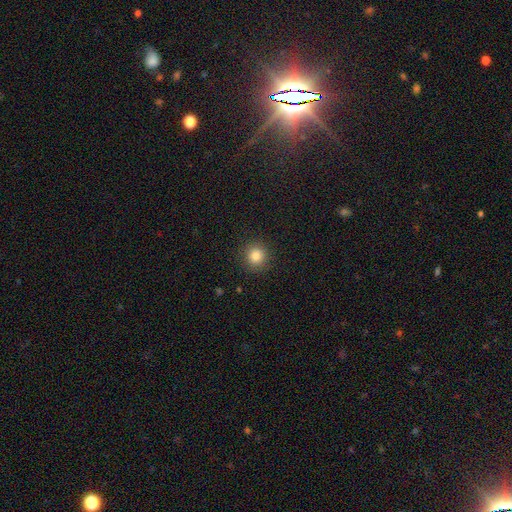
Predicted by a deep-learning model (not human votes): Overall: smooth (84%). How rounded: round (93%). Merging: none (90%).